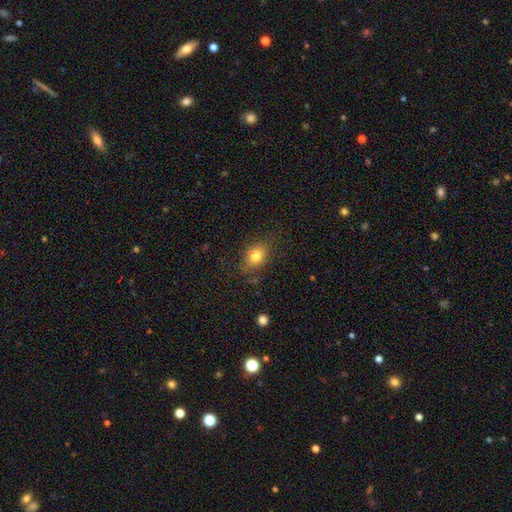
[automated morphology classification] A smooth galaxy with no disk features (78%) that is in between round and cigar-shaped (70%). Merging: none (73%).